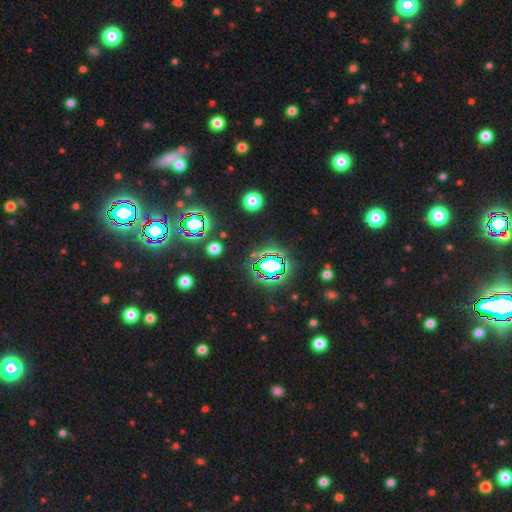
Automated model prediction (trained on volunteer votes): This is likely a star or artifact rather than a galaxy (76%).